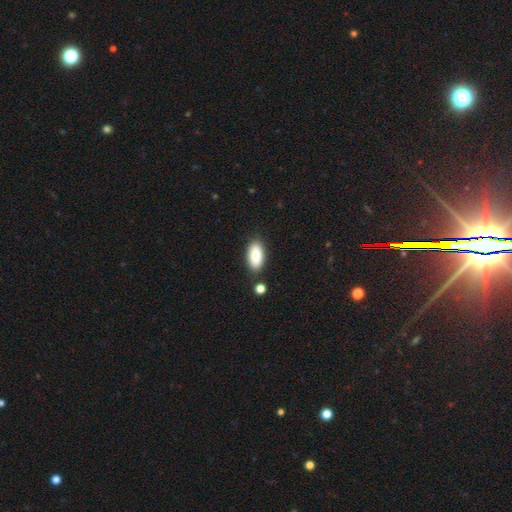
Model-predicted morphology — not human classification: This is clearly a smooth galaxy (88%). How rounded: clearly in between (90%). Merging: clearly none (84%).